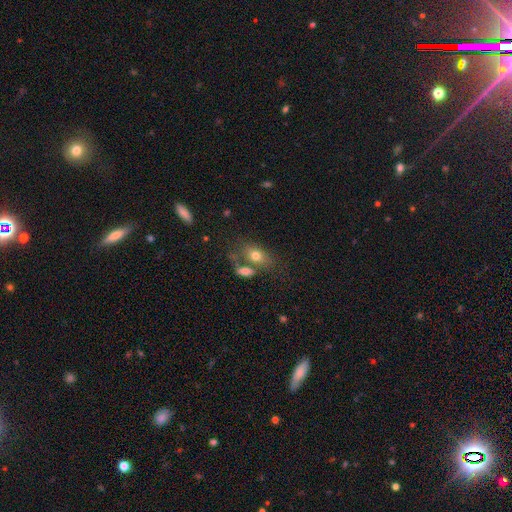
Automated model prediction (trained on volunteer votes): smooth_or_featured: smooth (p=0.74) [alt: featured or disk p=0.16]
how_rounded: in between (p=0.81) [alt: round p=0.15]
merging: none (p=0.50) [alt: merger p=0.27]